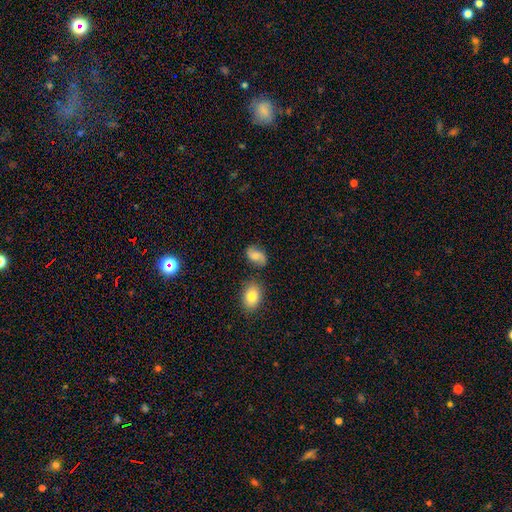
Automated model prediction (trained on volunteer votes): The model was most divided on "smooth or featured": smooth: 47%, featured or disk: 43%, star or artifact: 10%. More confident: merging — none (70%).